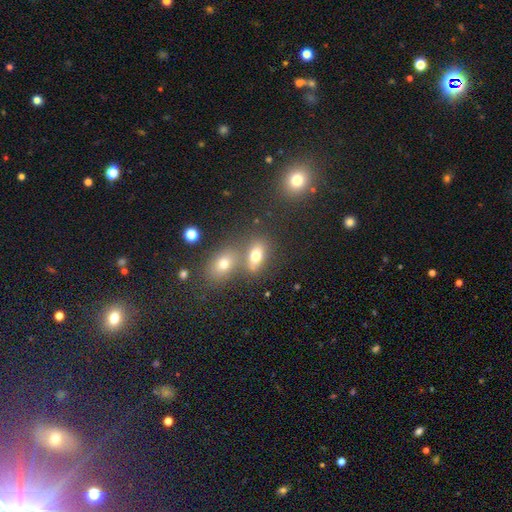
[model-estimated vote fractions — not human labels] This is likely a smooth galaxy (70%). How rounded: likely in between (79%). Merging: possibly none (51%).